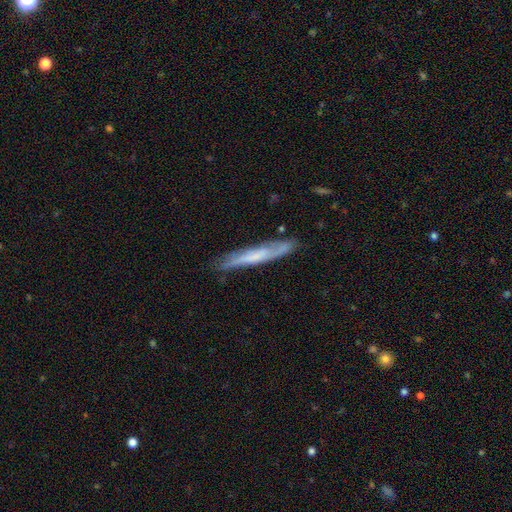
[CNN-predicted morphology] Smooth or featured? Predicted: featured or disk (p=0.52). Edge-on disk? Predicted: yes (p=0.77). Merging? Predicted: none (p=0.77).